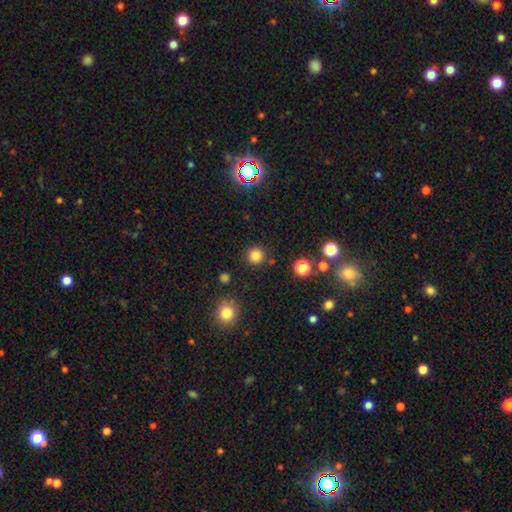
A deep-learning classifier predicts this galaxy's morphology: Q: Smooth or featured?
A: smooth (81%); runner-up: star or artifact (14%)
Q: How rounded?
A: round (95%); runner-up: in between (5%)
Q: Merging?
A: none (88%); runner-up: minor disturbance (6%)